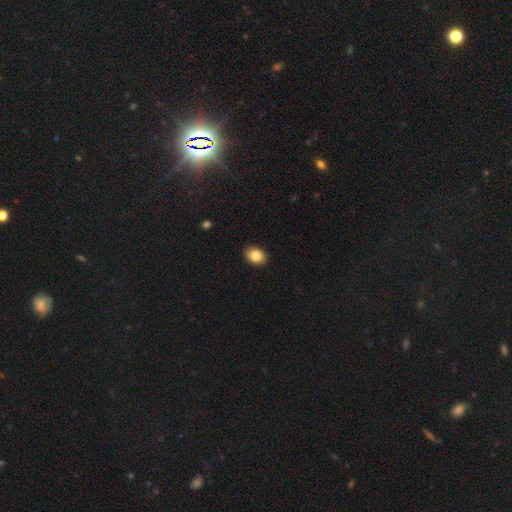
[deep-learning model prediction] This appears to be a smooth galaxy with no disk features (84%) that is in between round and cigar-shaped (76%). Merging: none (90%).